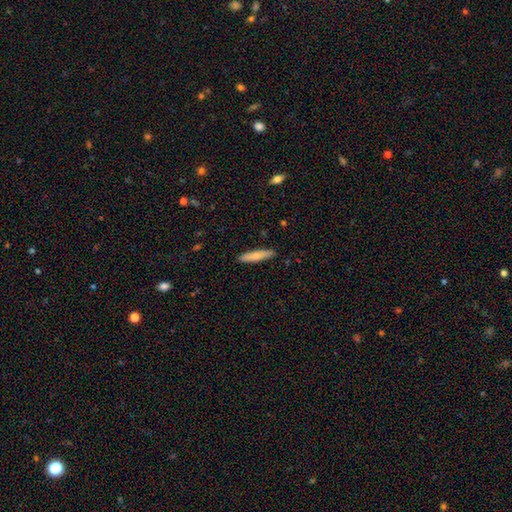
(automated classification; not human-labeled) The model was most divided on "smooth or featured": smooth: 75%, featured or disk: 19%, star or artifact: 5%. More confident: merging — none (90%); how rounded — cigar-shaped (86%).